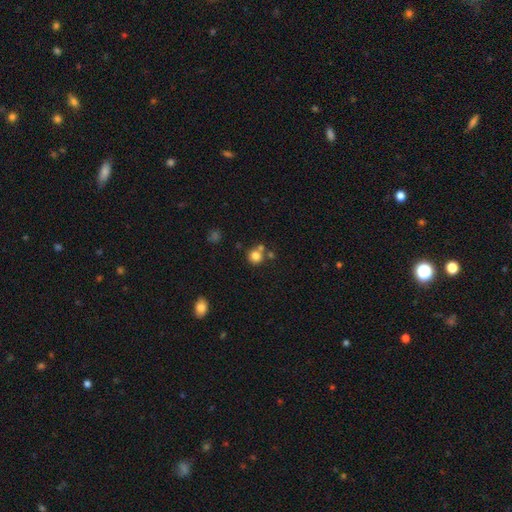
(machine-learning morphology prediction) The model was most divided on "merging": none: 63%, merger: 25%, minor disturbance: 9%, major disturbance: 3%. More confident: how rounded — round (91%); smooth or featured — smooth (80%).